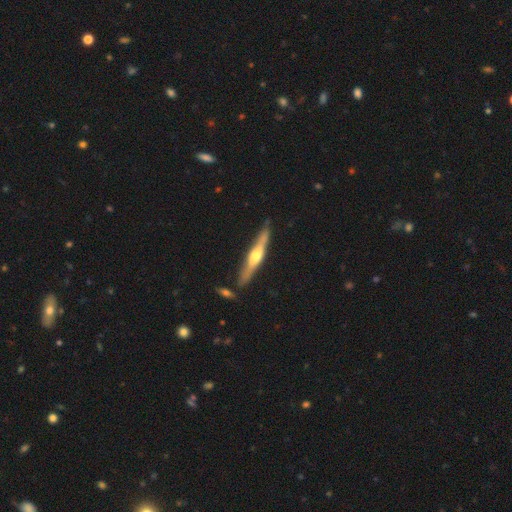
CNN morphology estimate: featured or disk 70%, smooth 26%, star or artifact 5%. Down the decision tree: edge-on disk — yes (96%); edge-on bulge — rounded (88%); merging — none (83%).